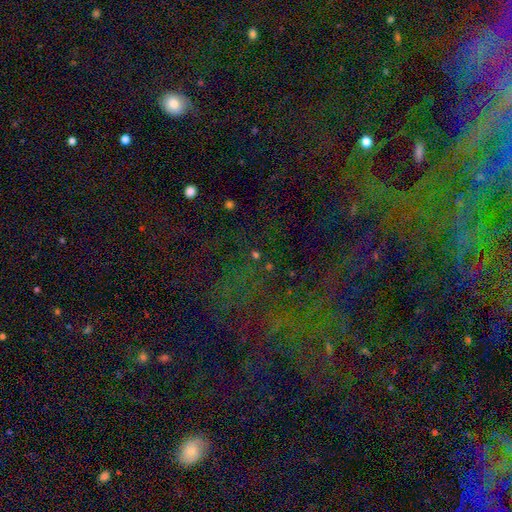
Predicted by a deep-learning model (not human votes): A star or artifact, not a galaxy (73%).